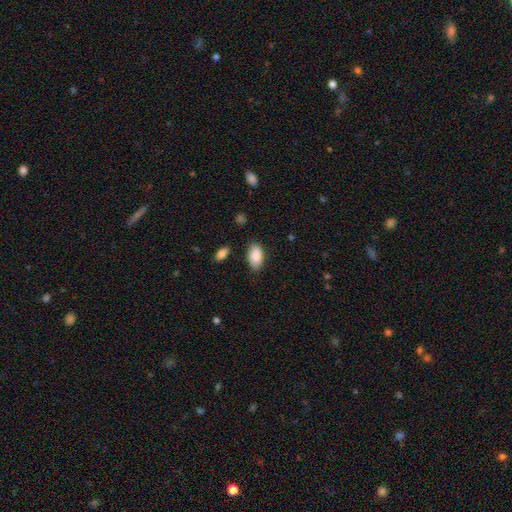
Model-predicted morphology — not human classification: Q: Smooth or featured?
A: smooth (88%); runner-up: star or artifact (6%)
Q: How rounded?
A: in between (94%); runner-up: round (4%)
Q: Merging?
A: none (79%); runner-up: minor disturbance (16%)